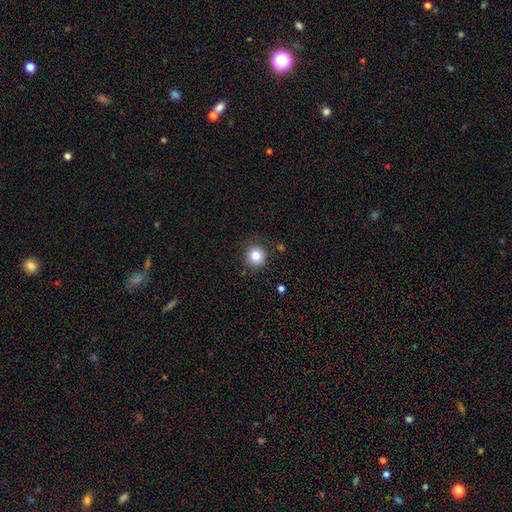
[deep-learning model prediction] smooth_or_featured: smooth (p=0.84) [alt: star or artifact p=0.11]
how_rounded: round (p=0.92) [alt: in between p=0.07]
merging: none (p=0.89) [alt: minor disturbance p=0.08]